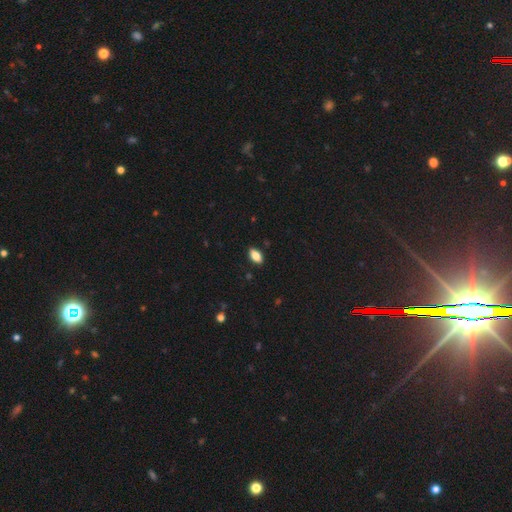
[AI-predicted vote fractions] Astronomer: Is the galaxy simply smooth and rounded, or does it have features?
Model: smooth — 84%.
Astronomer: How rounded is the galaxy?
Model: in between — 92%.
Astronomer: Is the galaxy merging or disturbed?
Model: none — 88%.